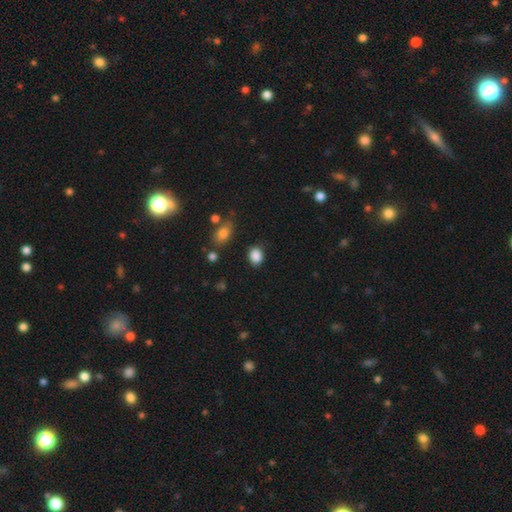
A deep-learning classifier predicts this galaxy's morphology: Q: Smooth or featured?
A: smooth (87%); runner-up: star or artifact (9%)
Q: How rounded?
A: in between (56%); runner-up: round (43%)
Q: Merging?
A: none (83%); runner-up: minor disturbance (12%)